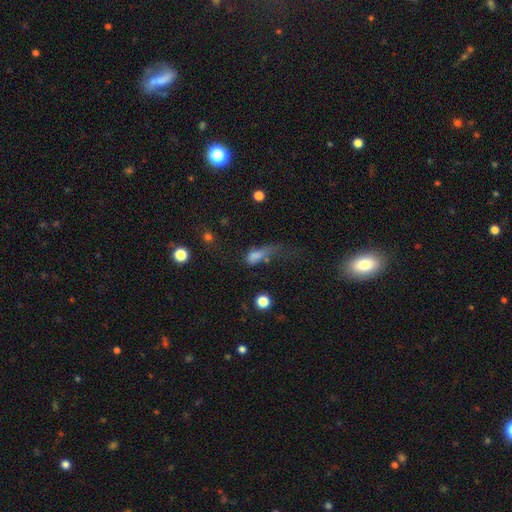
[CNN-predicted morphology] This appears to be a smooth galaxy with no disk features (62%) that is in between round and cigar-shaped (62%). Merging: major disturbance (54%).